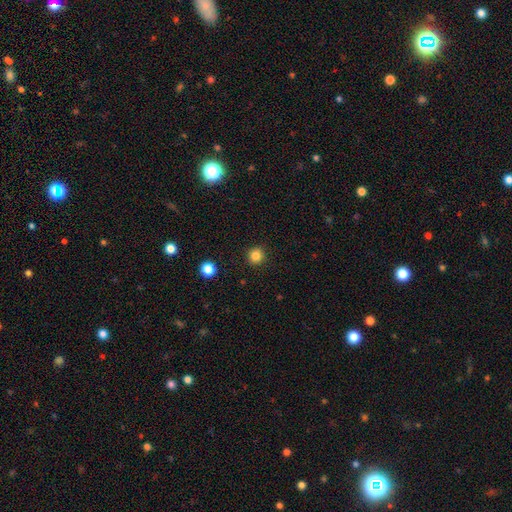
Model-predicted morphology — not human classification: Smooth or featured: smooth — 83% (star or artifact — 13%)
How rounded: round — 94% (in between — 5%)
Merging: none — 92% (minor disturbance — 5%)